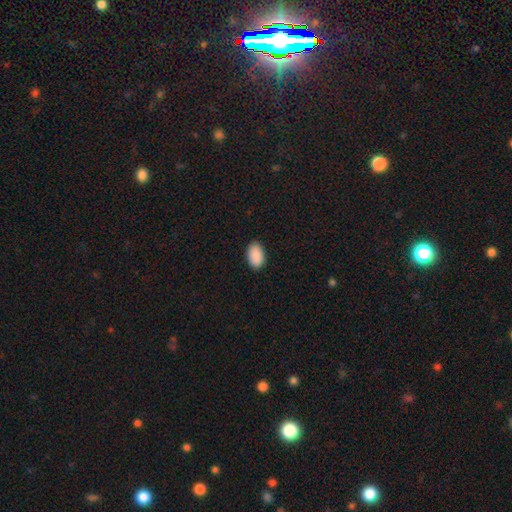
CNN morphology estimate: smooth_or_featured: smooth (p=0.91) [alt: star or artifact p=0.06]
how_rounded: in between (p=0.93) [alt: round p=0.06]
merging: none (p=0.89) [alt: minor disturbance p=0.08]